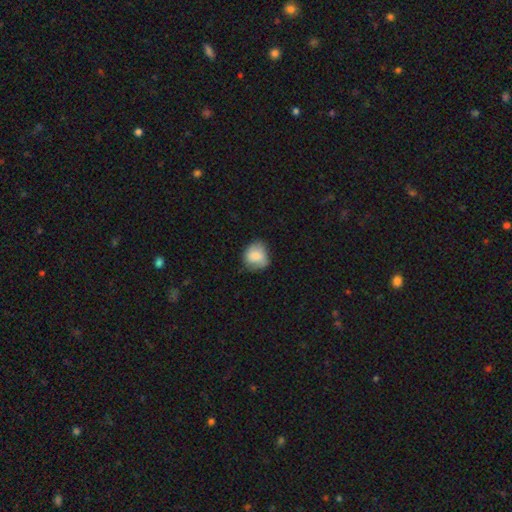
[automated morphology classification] smooth-or-featured: smooth: 77% | featured or disk: 15% | star or artifact: 8%
  how-rounded: round: 72% | in between: 27% | cigar-shaped: 1%
  merging: none: 62% | minor disturbance: 29% | major disturbance: 7% | merger: 1%